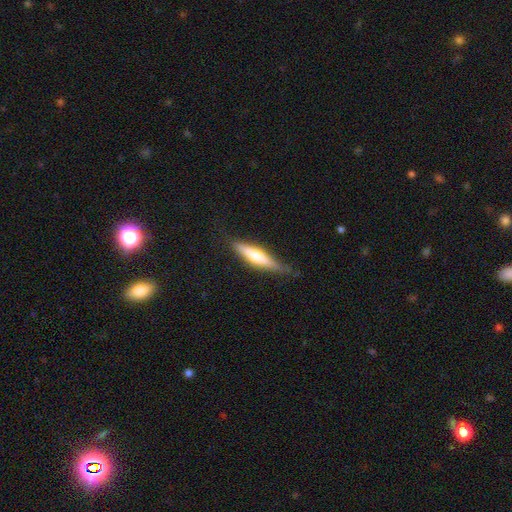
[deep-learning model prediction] Smooth or featured? Predicted: featured or disk (p=0.47, tied with smooth). Merging? Predicted: none (p=0.75).